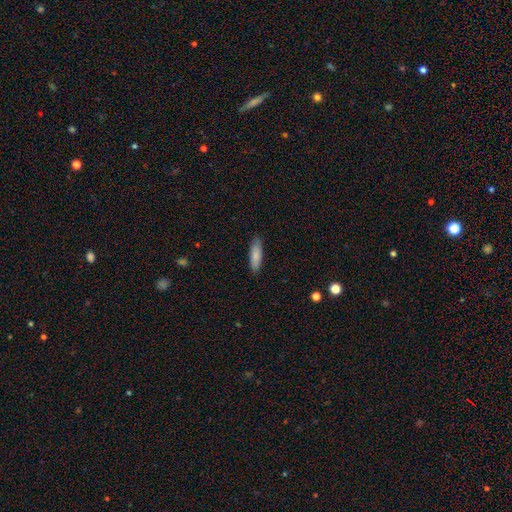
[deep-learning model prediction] Smooth or featured?
  - smooth: 84% *
  - featured or disk: 10%
  - star or artifact: 6%
How rounded?
  - cigar-shaped: 56% *
  - in between: 43%
  - round: 2%
Merging?
  - none: 87% *
  - minor disturbance: 10%
  - major disturbance: 2%
  - merger: 1%